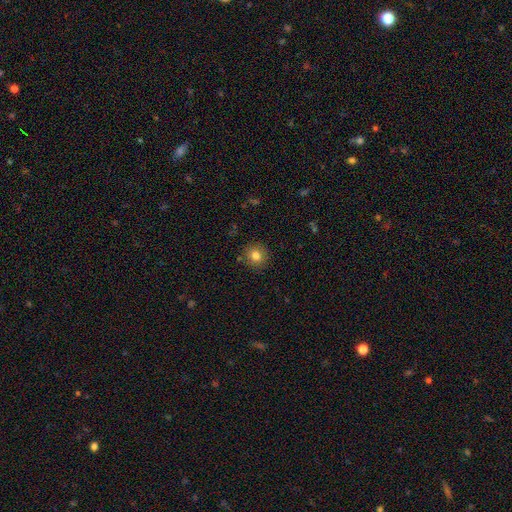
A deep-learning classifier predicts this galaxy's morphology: type=smooth (81%); roundness=round (90%); merging=none (89%).